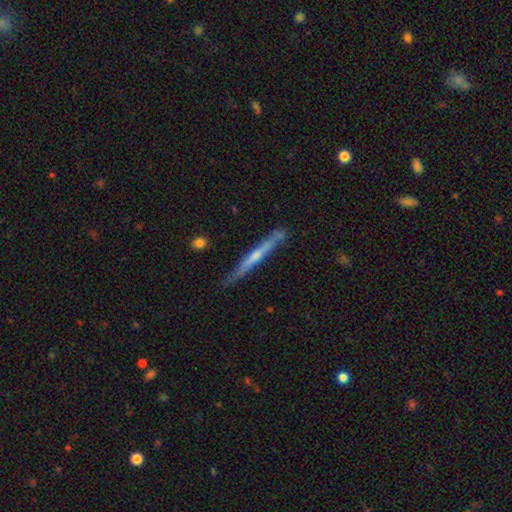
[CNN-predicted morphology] Smooth or featured? Predicted: featured or disk (p=0.58). Edge-on disk? Predicted: yes (p=0.95). Edge-on bulge? Predicted: none (p=0.56). Merging? Predicted: none (p=0.76).